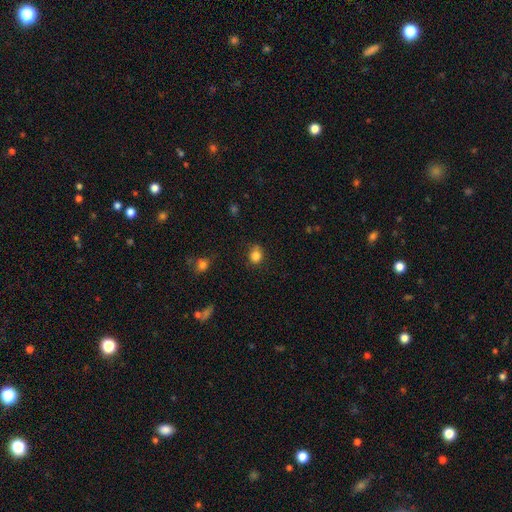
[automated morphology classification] Smooth or featured?
  - smooth: 84% *
  - star or artifact: 11%
  - featured or disk: 5%
How rounded?
  - round: 65% *
  - in between: 34%
  - cigar-shaped: 1%
Merging?
  - none: 70% *
  - minor disturbance: 22%
  - major disturbance: 5%
  - merger: 2%